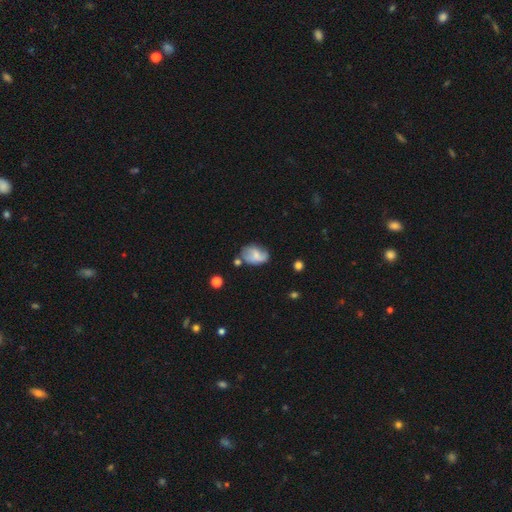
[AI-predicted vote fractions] The model was most divided on "merging": none: 45%, minor disturbance: 31%, major disturbance: 14%, merger: 10%. More confident: how rounded — in between (75%); smooth or featured — smooth (54%).